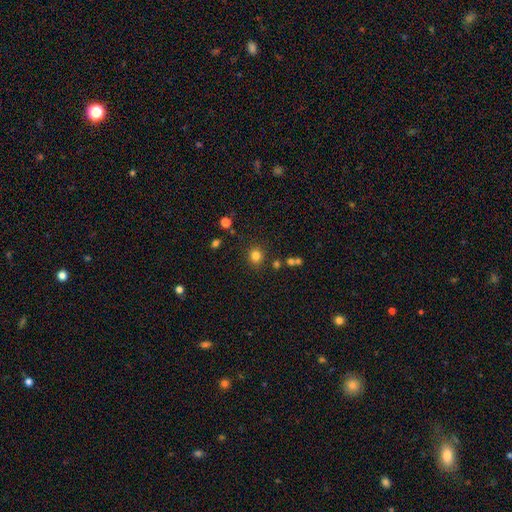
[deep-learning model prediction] A smooth galaxy with no disk features (81%) that is round (86%).

Vote fractions:
- Smooth or featured? smooth: 81% / star or artifact: 14% / featured or disk: 6%
- How rounded? round: 86% / in between: 13% / cigar-shaped: 1%
- Merging? none: 84% / minor disturbance: 8% / merger: 4% / major disturbance: 3%